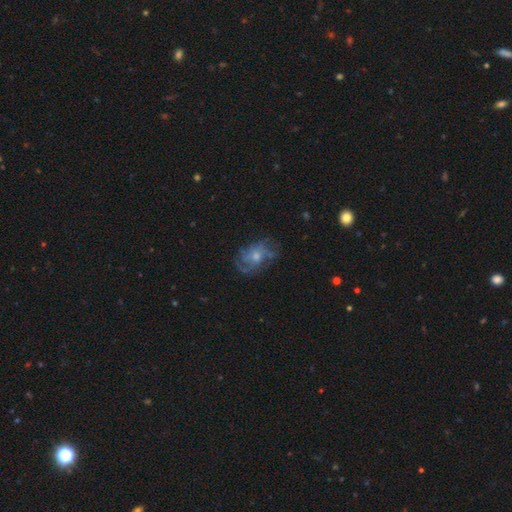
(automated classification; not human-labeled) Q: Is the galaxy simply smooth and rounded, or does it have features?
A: featured or disk — 62%.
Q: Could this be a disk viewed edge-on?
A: no — 97%.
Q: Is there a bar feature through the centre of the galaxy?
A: no — 81%.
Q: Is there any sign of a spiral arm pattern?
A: yes — 66%.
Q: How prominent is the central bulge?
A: moderate — 50%.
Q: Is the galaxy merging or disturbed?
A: none — 59%.